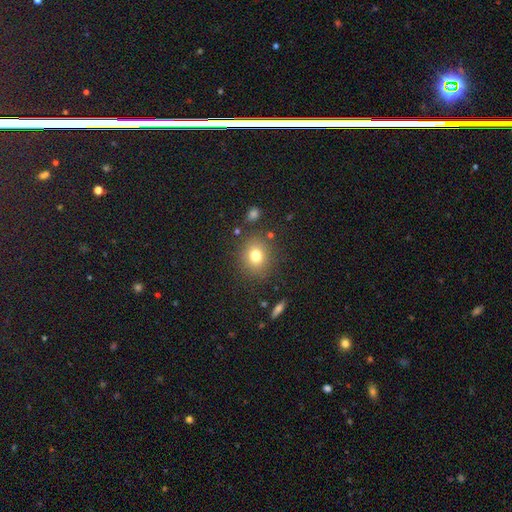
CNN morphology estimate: smooth-or-featured: smooth: 77% | star or artifact: 13% | featured or disk: 10%
  how-rounded: round: 72% | in between: 27% | cigar-shaped: 1%
  merging: none: 84% | minor disturbance: 9% | major disturbance: 3% | merger: 3%